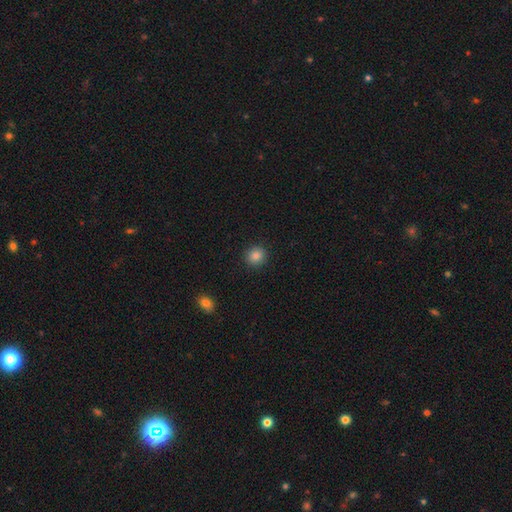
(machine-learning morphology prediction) This appears to be a smooth galaxy with no disk features (86%) that is round (86%). Merging: none (91%).